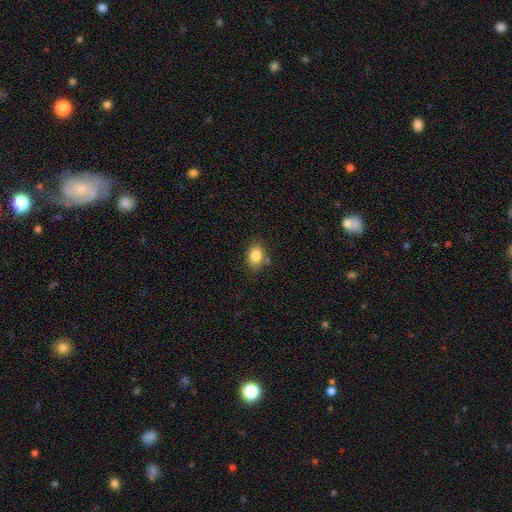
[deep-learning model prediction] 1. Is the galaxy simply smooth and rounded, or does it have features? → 84% smooth, 9% star or artifact, 7% featured or disk.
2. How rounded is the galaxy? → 67% in between, 32% round, 1% cigar-shaped.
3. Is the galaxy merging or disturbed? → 74% none, 15% minor disturbance, 7% merger, 4% major disturbance.